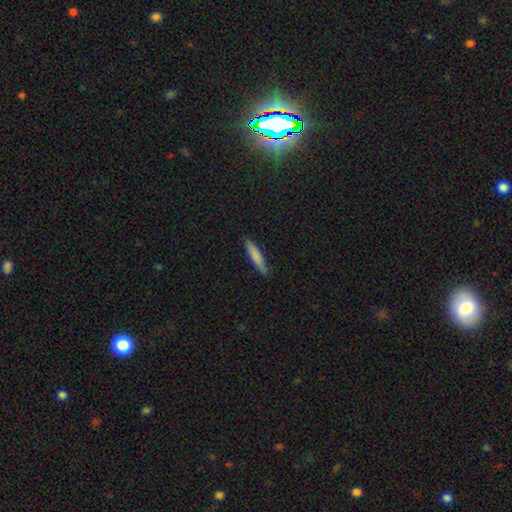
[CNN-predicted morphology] Q: Smooth or featured?
A: smooth (79%); runner-up: featured or disk (15%)
Q: How rounded?
A: cigar-shaped (87%); runner-up: in between (12%)
Q: Merging?
A: none (83%); runner-up: minor disturbance (14%)